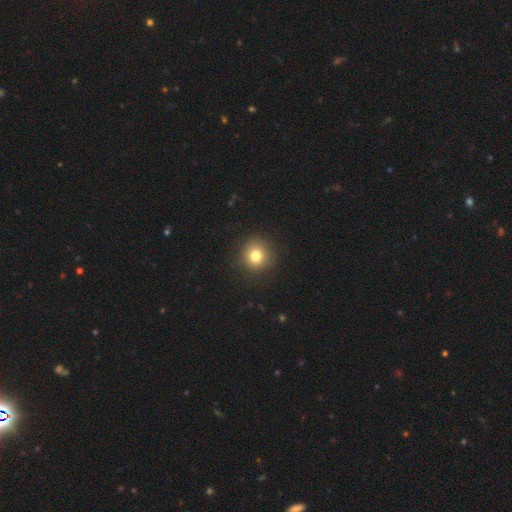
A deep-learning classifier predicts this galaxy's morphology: smooth_or_featured: smooth (p=0.79) [alt: star or artifact p=0.12]
how_rounded: round (p=0.91) [alt: in between p=0.09]
merging: none (p=0.90) [alt: minor disturbance p=0.07]